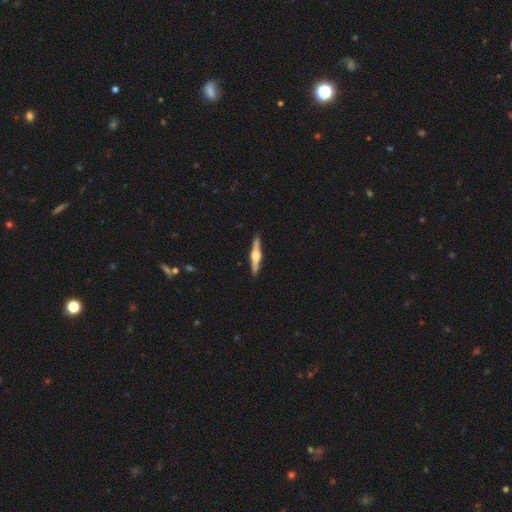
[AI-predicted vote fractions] Smooth or featured?
  - featured or disk: 76% *
  - smooth: 19%
  - star or artifact: 5%
Edge-on disk?
  - yes: 98% *
  - no: 2%
Edge-on bulge?
  - rounded: 90% *
  - boxy: 7%
  - none: 2%
Merging?
  - none: 92% *
  - minor disturbance: 6%
  - major disturbance: 1%
  - merger: 1%